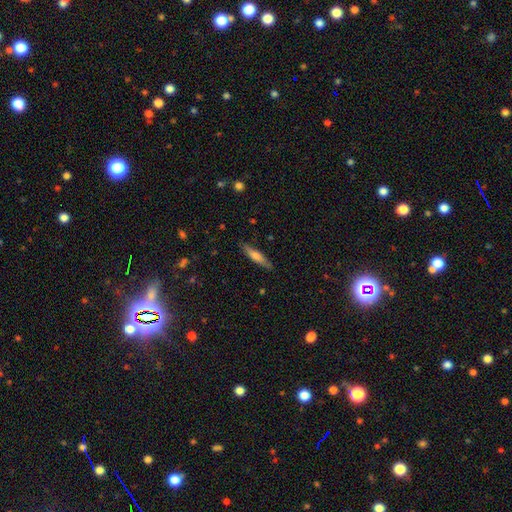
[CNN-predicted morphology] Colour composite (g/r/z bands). It shows a smooth galaxy with no disk features (59%) that is cigar-shaped (85%). Merging: none (86%).